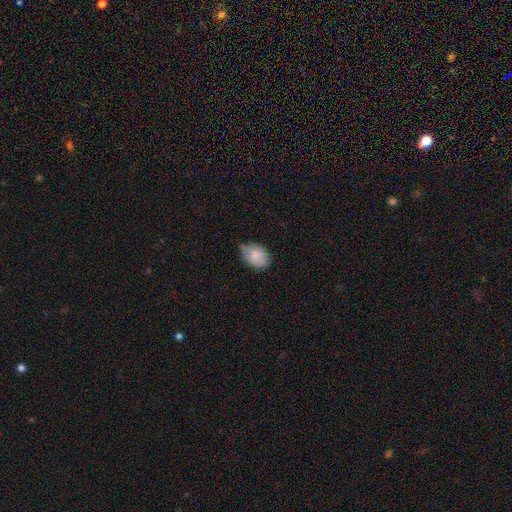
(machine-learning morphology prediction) Smooth or featured? smooth (81%)
How rounded? in between (79%)
Merging? none (64%)